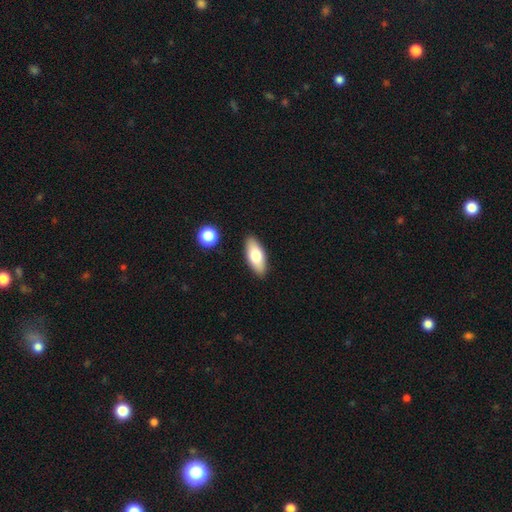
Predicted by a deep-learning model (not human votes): A smooth galaxy with no disk features (73%) that is in between round and cigar-shaped (81%).

Vote fractions:
- Smooth or featured? smooth: 73% / featured or disk: 20% / star or artifact: 6%
- How rounded? in between: 81% / cigar-shaped: 16% / round: 3%
- Merging? none: 88% / minor disturbance: 8% / merger: 2% / major disturbance: 2%